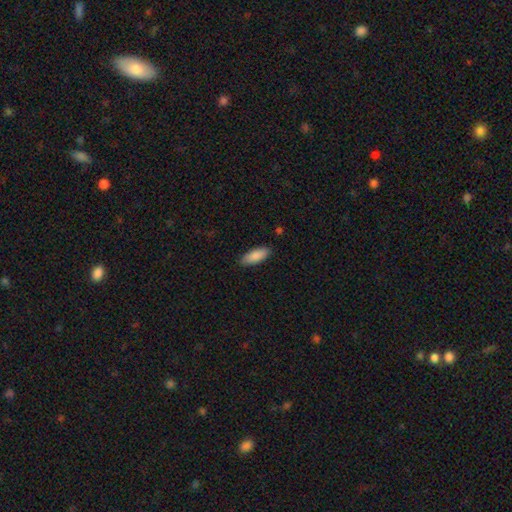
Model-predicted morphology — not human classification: A smooth galaxy with no disk features (88%) that is in between round and cigar-shaped (74%).

Vote fractions:
- Smooth or featured? smooth: 88% / featured or disk: 6% / star or artifact: 6%
- How rounded? in between: 74% / cigar-shaped: 24% / round: 2%
- Merging? none: 87% / minor disturbance: 10% / major disturbance: 2% / merger: 1%